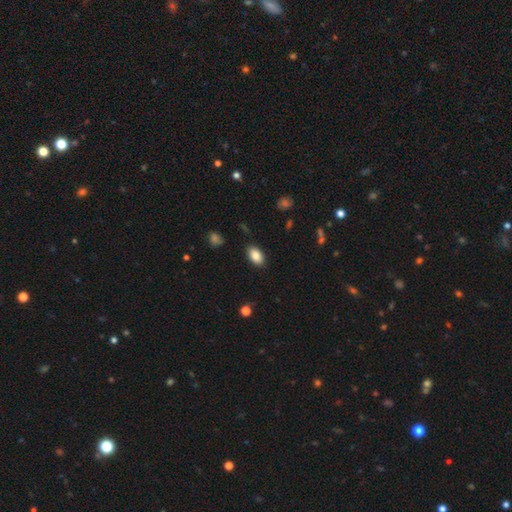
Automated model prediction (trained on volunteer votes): Smooth or featured: smooth — 86% (star or artifact — 8%)
How rounded: in between — 91% (round — 7%)
Merging: none — 86% (minor disturbance — 10%)